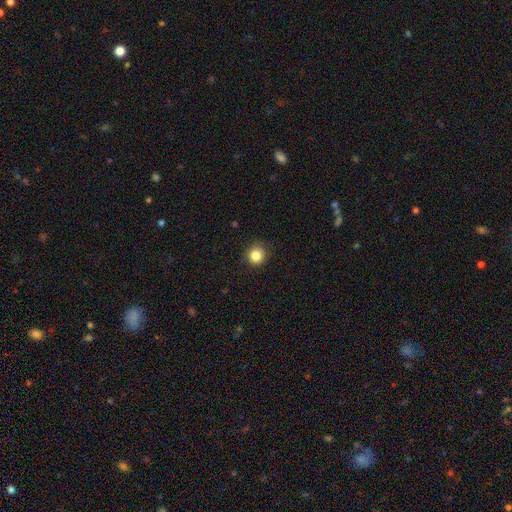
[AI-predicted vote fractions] smooth-or-featured: smooth: 84% | star or artifact: 11% | featured or disk: 5%
  how-rounded: round: 93% | in between: 6% | cigar-shaped: 1%
  merging: none: 87% | minor disturbance: 10% | major disturbance: 3% | merger: 1%